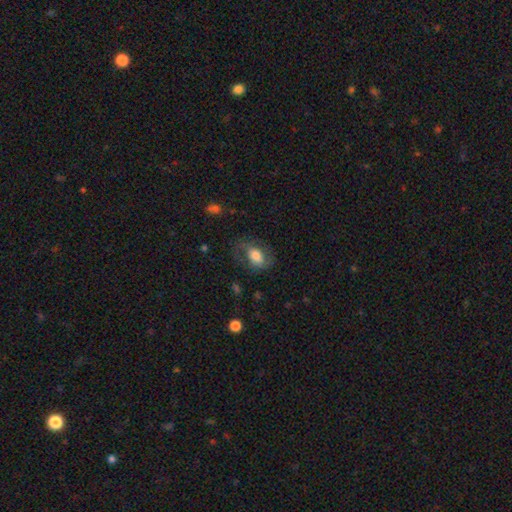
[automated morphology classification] A smooth galaxy with no disk features (47%).

Vote fractions:
- Smooth or featured? smooth: 47% / featured or disk: 45% / star or artifact: 8%
- Merging? none: 59% / minor disturbance: 20% / major disturbance: 19% / merger: 2%